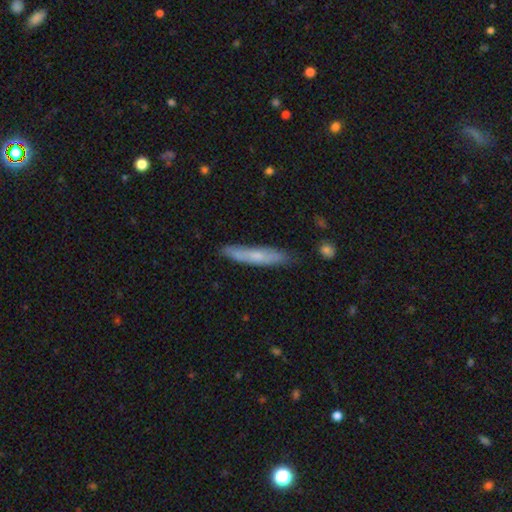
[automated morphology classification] A smooth galaxy with no disk features (56%) that is cigar-shaped (90%). Merging: none (82%).